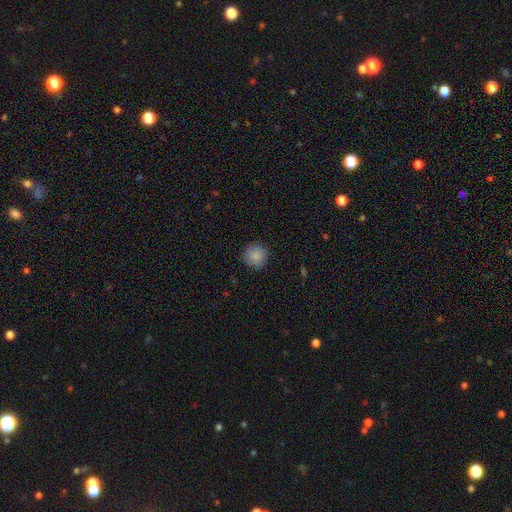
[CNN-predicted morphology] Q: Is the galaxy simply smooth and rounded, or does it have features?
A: smooth — 87%.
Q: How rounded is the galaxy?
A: round — 94%.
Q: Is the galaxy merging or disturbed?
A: none — 90%.